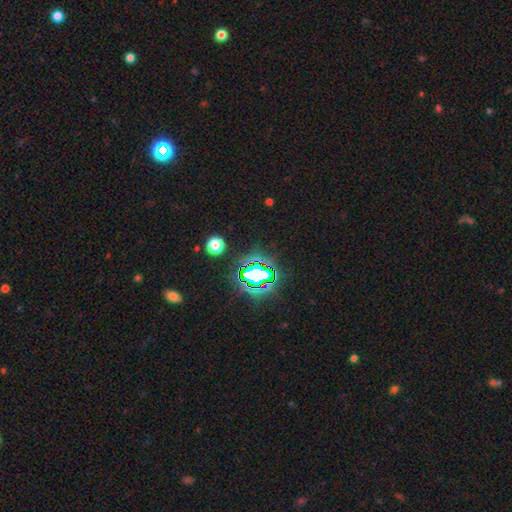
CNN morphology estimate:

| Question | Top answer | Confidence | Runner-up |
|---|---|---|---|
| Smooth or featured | star or artifact | 80% | smooth (13%) |